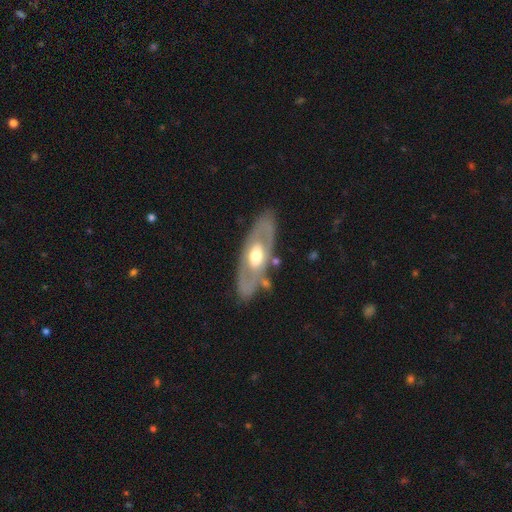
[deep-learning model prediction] smooth_or_featured: featured or disk (p=0.64) [alt: smooth p=0.31]
disk_edge_on: no (p=0.79) [alt: yes p=0.21]
bar: no (p=0.79) [alt: weak p=0.15]
has_spiral_arms: no (p=0.76) [alt: yes p=0.24]
bulge_size: moderate (p=0.65) [alt: large p=0.25]
merging: none (p=0.75) [alt: minor disturbance p=0.15]